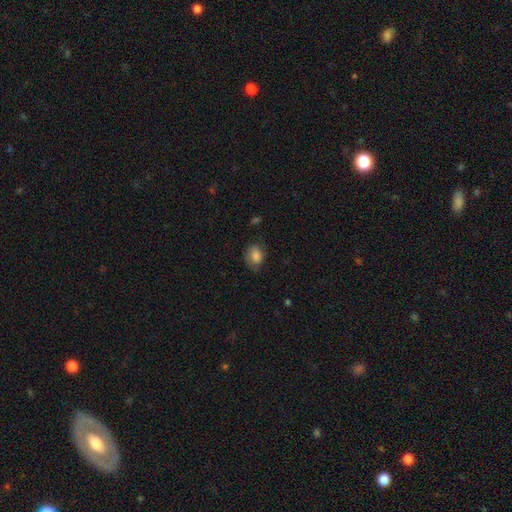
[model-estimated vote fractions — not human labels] A smooth galaxy with no disk features (71%) that is in between round and cigar-shaped (62%). Merging: none (64%).